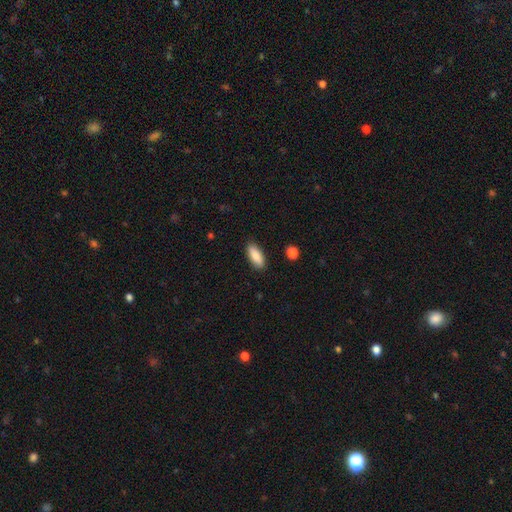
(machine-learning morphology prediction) A smooth galaxy with no disk features (88%) that is in between round and cigar-shaped (74%). Merging: none (89%).